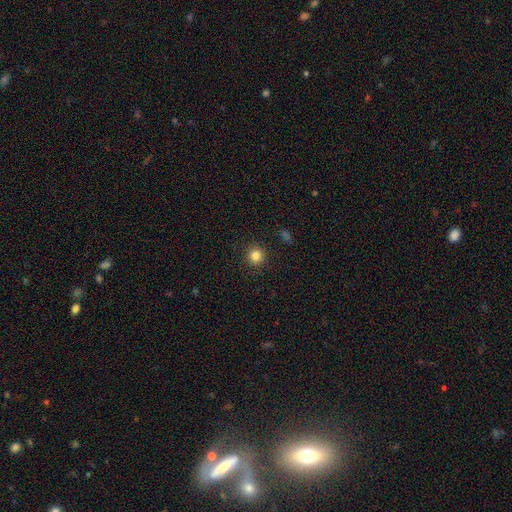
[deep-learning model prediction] Morphology: type=smooth (83%); roundness=round (94%); merging=none (91%).